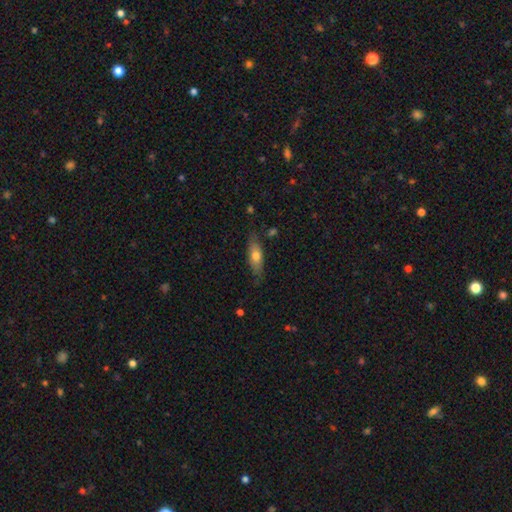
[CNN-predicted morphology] smooth-or-featured: smooth: 63% | featured or disk: 30% | star or artifact: 6%
  how-rounded: in between: 65% | cigar-shaped: 32% | round: 3%
  merging: none: 72% | minor disturbance: 21% | major disturbance: 5% | merger: 2%